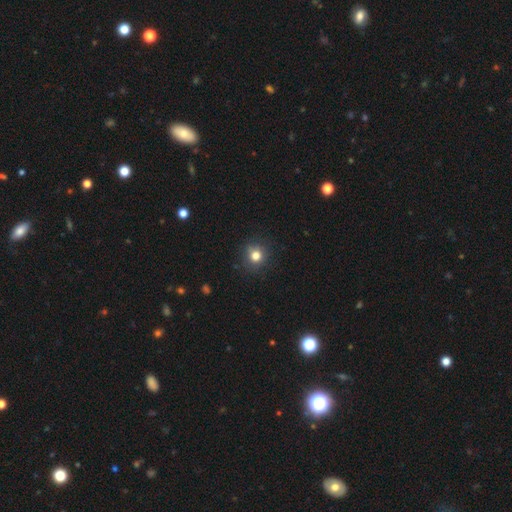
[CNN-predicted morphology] This appears to be a smooth galaxy with no disk features (80%) that is round (88%). Merging: none (86%).